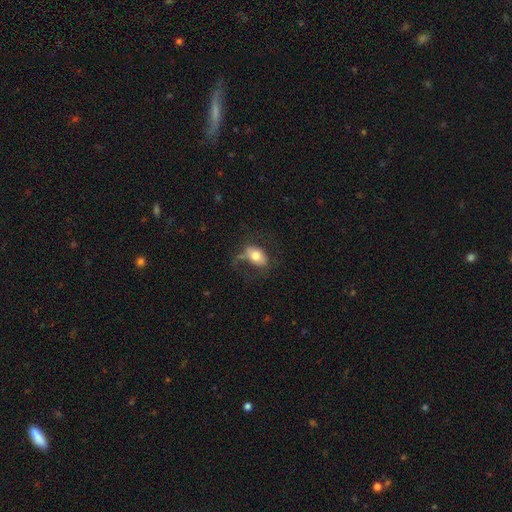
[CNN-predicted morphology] type=smooth (64%); roundness=in between (87%); merging=none (52%).